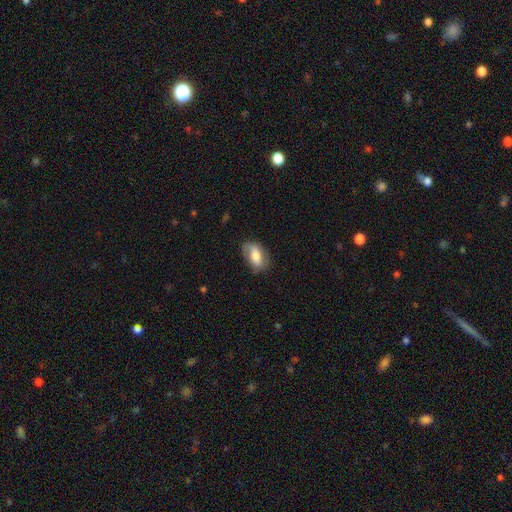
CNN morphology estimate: Smooth or featured: smooth — 57% (featured or disk — 36%)
How rounded: in between — 89% (round — 8%)
Merging: none — 66% (minor disturbance — 24%)